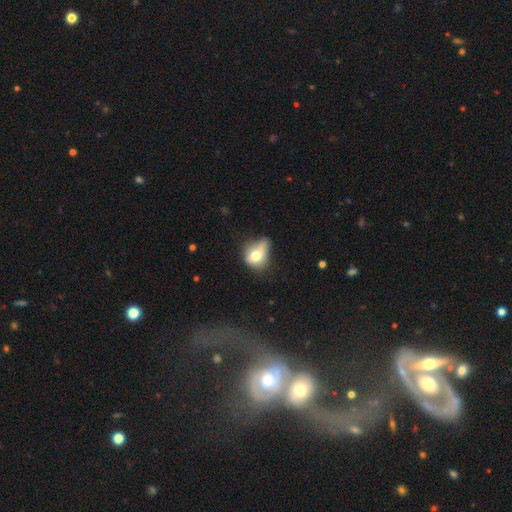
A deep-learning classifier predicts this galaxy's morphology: This is likely a smooth galaxy (68%). How rounded: possibly in between (52%). Merging: marginally minor disturbance (36%).